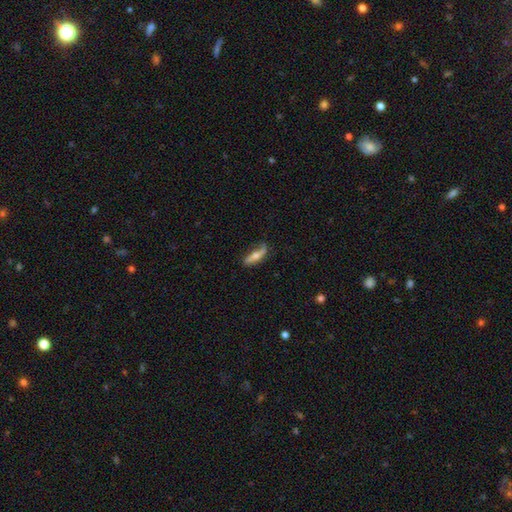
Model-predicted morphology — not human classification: Smooth or featured? Predicted: featured or disk (p=0.49). Merging? Predicted: none (p=0.67).